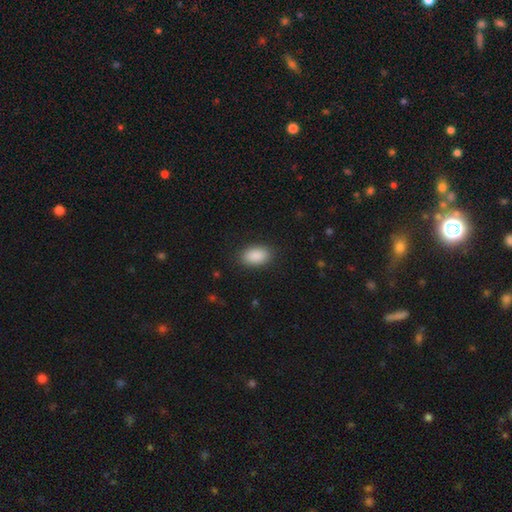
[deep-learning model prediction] smooth-or-featured: smooth: 90% | star or artifact: 7% | featured or disk: 3%
  how-rounded: in between: 93% | round: 6% | cigar-shaped: 2%
  merging: none: 88% | minor disturbance: 8% | major disturbance: 3% | merger: 1%